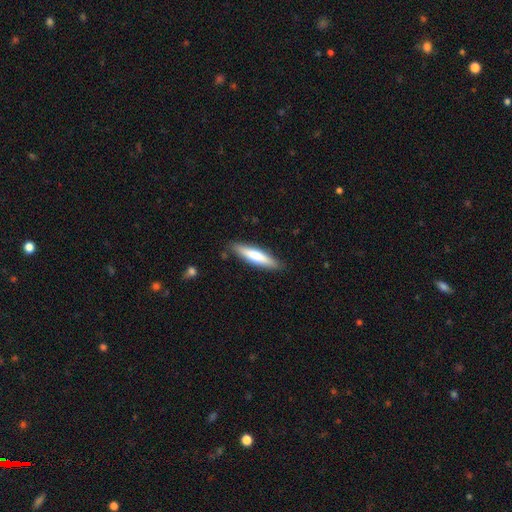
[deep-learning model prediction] Smooth or featured: smooth — 65% (featured or disk — 30%)
How rounded: cigar-shaped — 82% (in between — 17%)
Merging: none — 87% (minor disturbance — 10%)